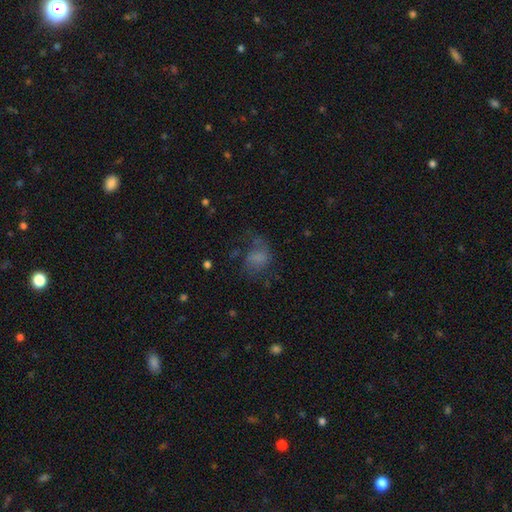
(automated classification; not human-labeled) Smooth or featured? smooth (46%)
Merging? none (46%)